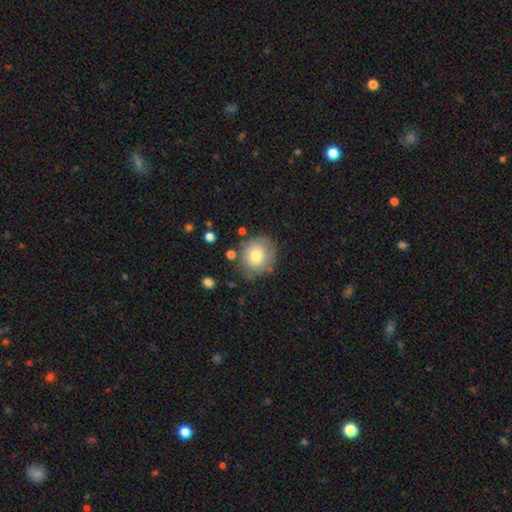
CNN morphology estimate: smooth_or_featured: smooth (p=0.72) [alt: featured or disk p=0.19]
how_rounded: round (p=0.80) [alt: in between p=0.19]
merging: none (p=0.72) [alt: minor disturbance p=0.18]